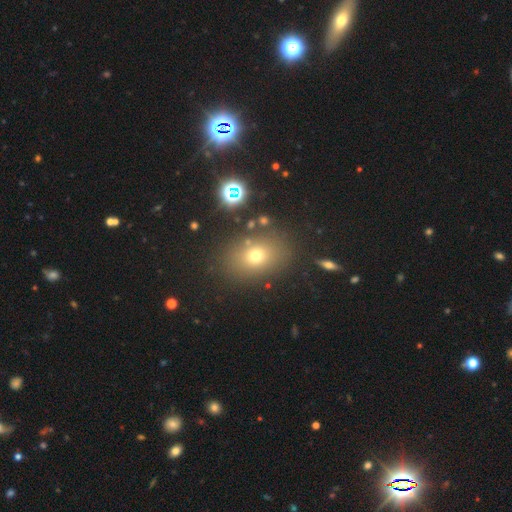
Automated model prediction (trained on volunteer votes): smooth_or_featured: smooth (p=0.67) [alt: star or artifact p=0.19]
how_rounded: in between (p=0.60) [alt: round p=0.39]
merging: none (p=0.81) [alt: minor disturbance p=0.10]